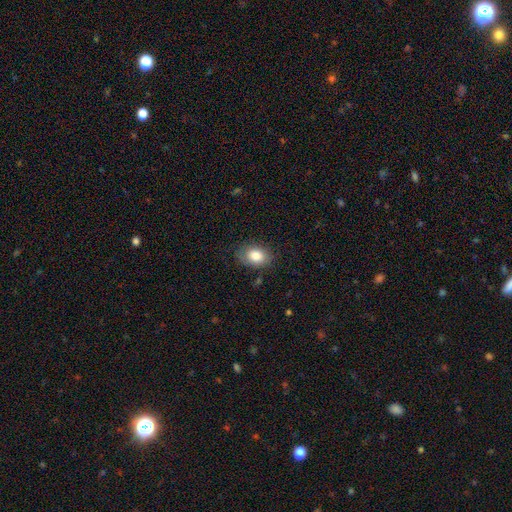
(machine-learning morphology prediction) smooth-or-featured: smooth: 80% | featured or disk: 12% | star or artifact: 8%
  how-rounded: in between: 77% | round: 22% | cigar-shaped: 1%
  merging: none: 75% | minor disturbance: 18% | major disturbance: 5% | merger: 1%